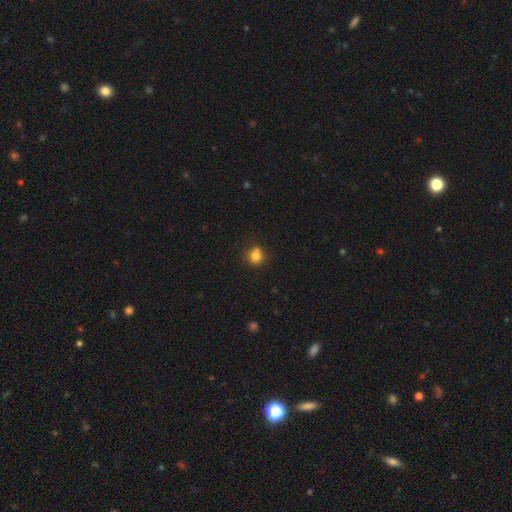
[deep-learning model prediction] The model was most divided on "merging": none: 70%, minor disturbance: 15%, merger: 11%, major disturbance: 4%. More confident: how rounded — round (83%); smooth or featured — smooth (81%).